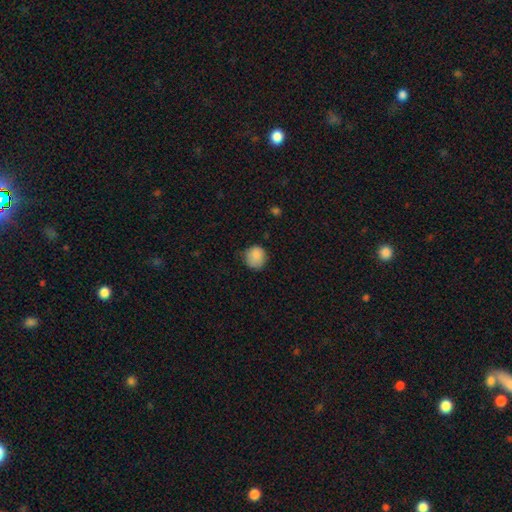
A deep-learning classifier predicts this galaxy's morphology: A smooth galaxy with no disk features (87%) that is round (83%). Merging: none (70%).